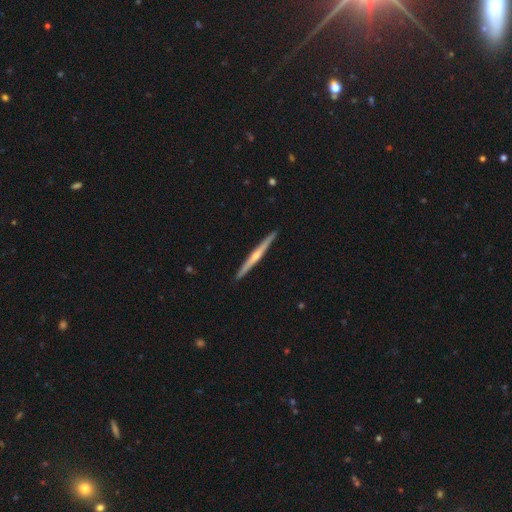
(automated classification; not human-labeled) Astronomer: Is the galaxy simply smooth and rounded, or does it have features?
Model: featured or disk — 76%.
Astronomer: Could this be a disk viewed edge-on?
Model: yes — 98%.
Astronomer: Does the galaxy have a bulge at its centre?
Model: rounded — 78%.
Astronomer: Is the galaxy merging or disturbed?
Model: none — 91%.